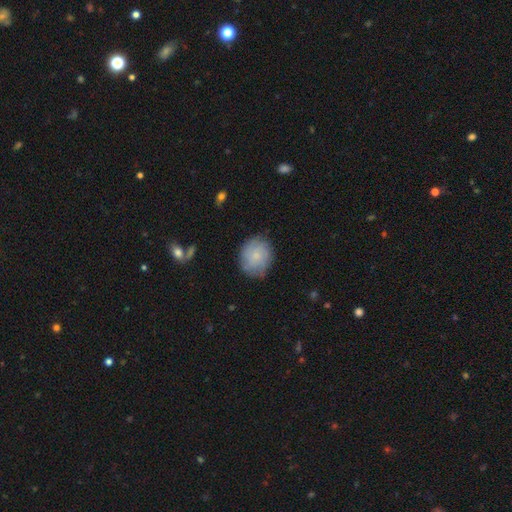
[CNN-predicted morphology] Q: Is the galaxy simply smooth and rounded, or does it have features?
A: smooth — 66%.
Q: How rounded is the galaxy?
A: round — 73%.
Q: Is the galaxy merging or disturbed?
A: none — 77%.